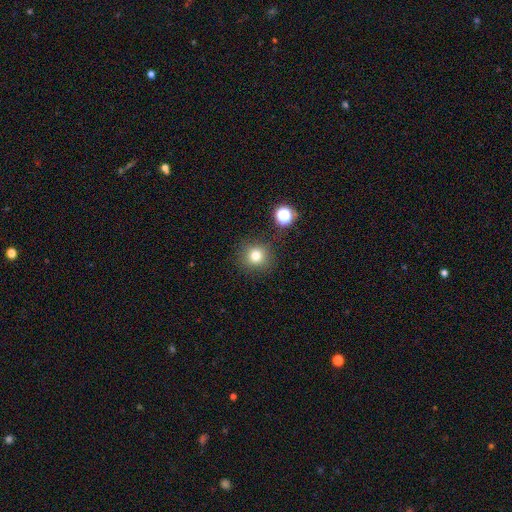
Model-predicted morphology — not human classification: Smooth or featured? Predicted: smooth (p=0.77). How rounded? Predicted: round (p=0.91). Merging? Predicted: none (p=0.86).